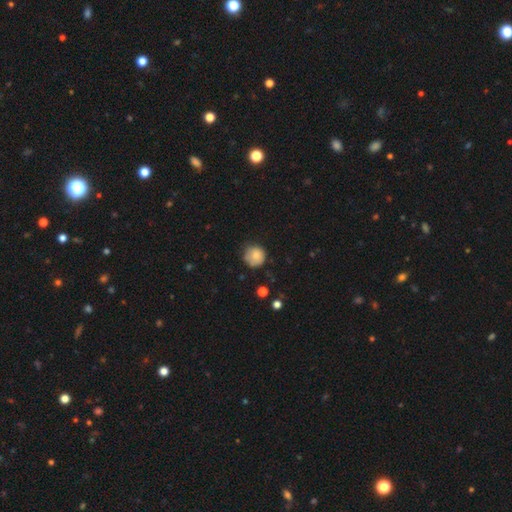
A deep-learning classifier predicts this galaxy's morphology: A smooth galaxy with no disk features (79%) that is round (90%). Merging: none (62%).